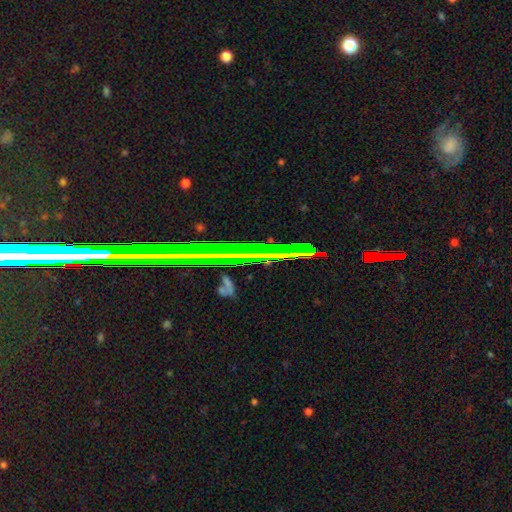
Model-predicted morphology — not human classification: Overall: star or artifact (71%).